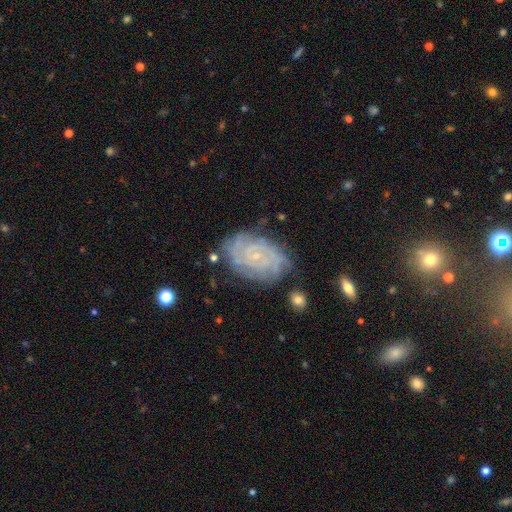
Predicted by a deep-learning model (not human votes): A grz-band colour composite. It shows a featured or disk galaxy (83%) with no bar (73%), tight (78%) spiral arms (96%) and a small central bulge (84%). Merging: none (75%).